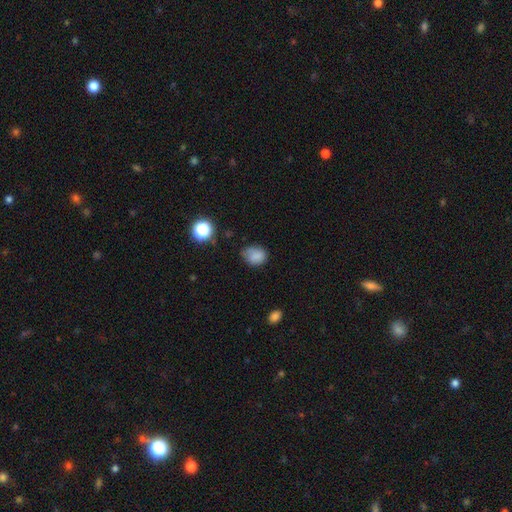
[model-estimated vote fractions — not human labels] A smooth galaxy with no disk features (81%) that is round (50%). Merging: none (58%).